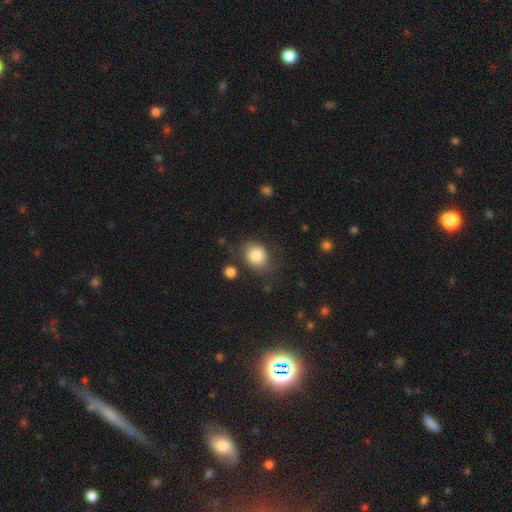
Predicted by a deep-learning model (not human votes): Q: Smooth or featured?
A: smooth (82%); runner-up: featured or disk (9%)
Q: How rounded?
A: round (53%); runner-up: in between (46%)
Q: Merging?
A: none (71%); runner-up: minor disturbance (18%)